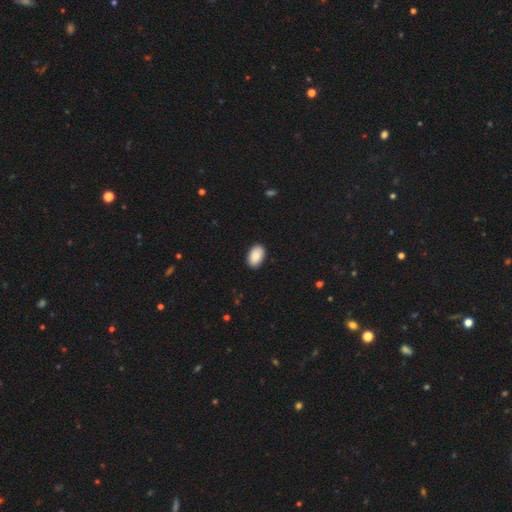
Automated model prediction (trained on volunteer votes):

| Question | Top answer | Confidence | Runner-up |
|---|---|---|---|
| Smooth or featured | smooth | 88% | star or artifact (6%) |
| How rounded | in between | 93% | round (6%) |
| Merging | none | 89% | minor disturbance (8%) |